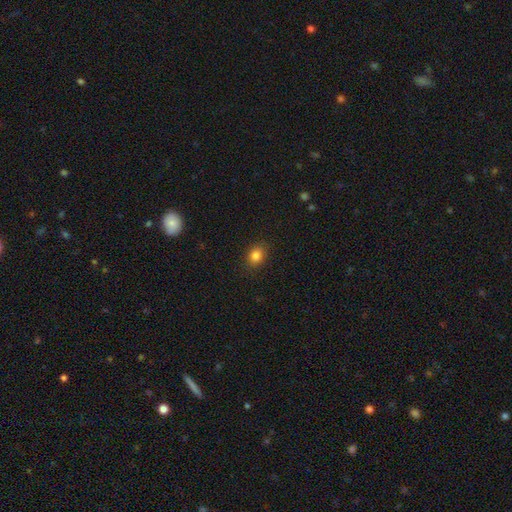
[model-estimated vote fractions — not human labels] This is clearly a smooth galaxy (83%). How rounded: possibly round (55%). Merging: clearly none (87%).